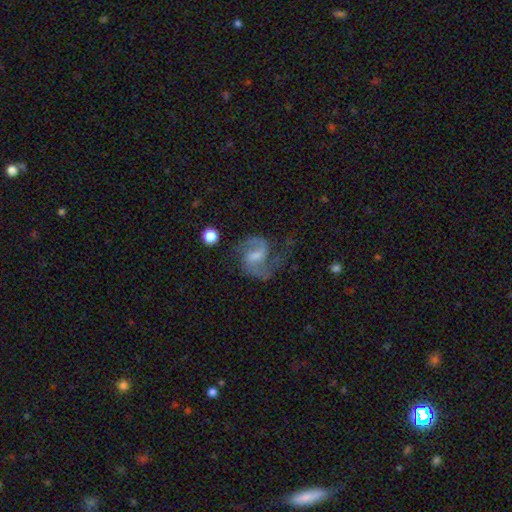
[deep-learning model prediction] The model was most divided on "bulge size": small: 38%, moderate: 33%, none: 22%, large: 5%, dominant: 1%. More confident: edge-on disk — no (98%); spiral arms — yes (95%); spiral arm count — 2 (89%); smooth or featured — featured or disk (84%); merging — none (61%); bar — weak (56%); spiral winding — medium (55%).